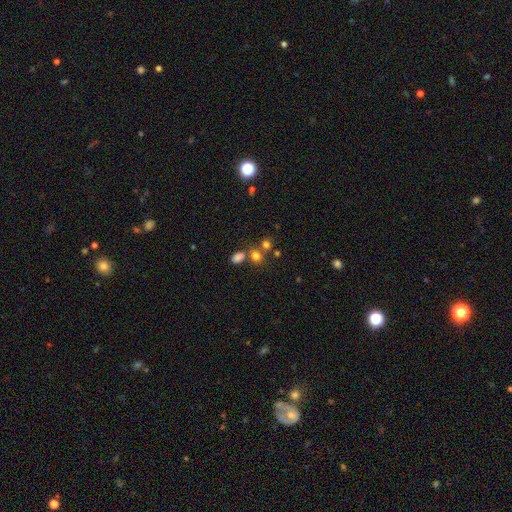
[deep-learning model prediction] Smooth or featured? smooth (75%)
How rounded? round (57%)
Merging? none (56%)